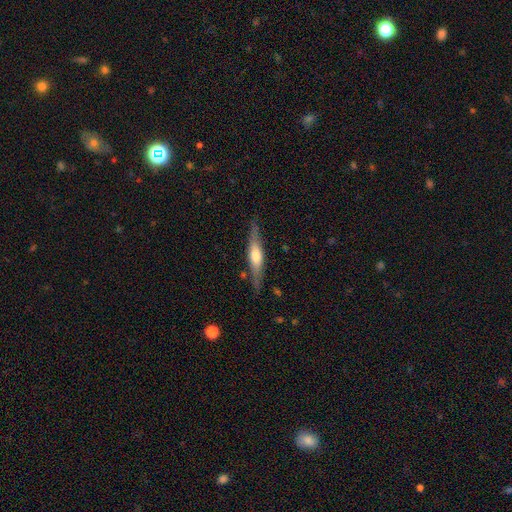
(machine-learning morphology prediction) Q: Smooth or featured?
A: featured or disk (58%); runner-up: smooth (36%)
Q: Edge-on disk?
A: yes (94%); runner-up: no (6%)
Q: Edge-on bulge?
A: rounded (77%); runner-up: boxy (16%)
Q: Merging?
A: none (82%); runner-up: minor disturbance (13%)